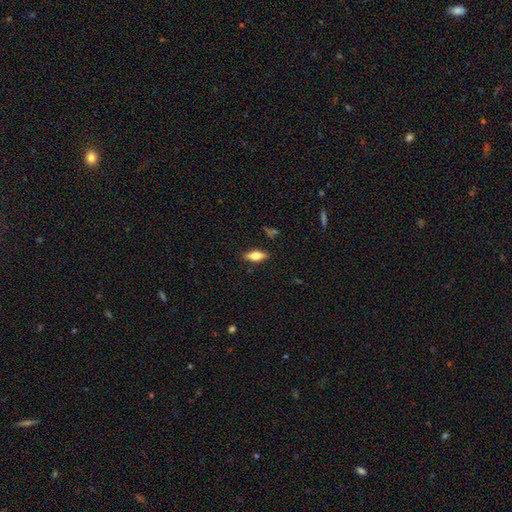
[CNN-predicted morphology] type=smooth (64%); roundness=in between (73%); merging=none (86%).